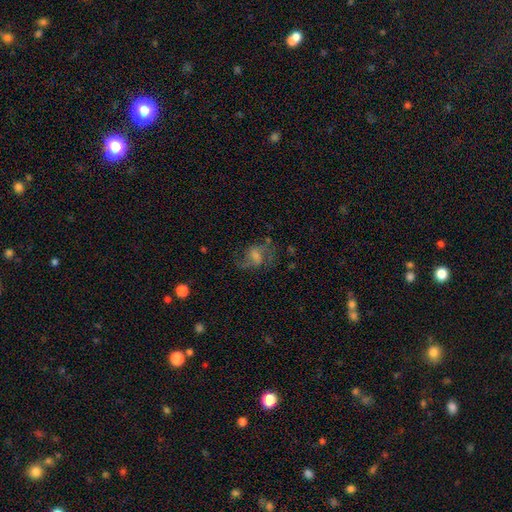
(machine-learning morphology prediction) Overall: featured or disk (56%; smooth 29%). Edge-on disk: no (96%). Bar: weak (46%; no 40%). Spiral arms: yes (73%). Bulge size: small (30%, tied with moderate). Merging: none (51%; major disturbance 27%).